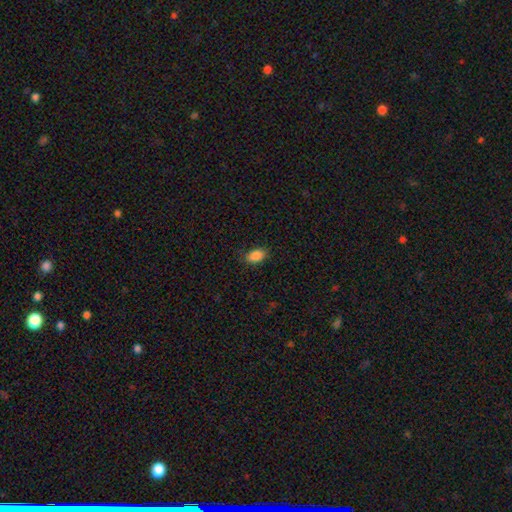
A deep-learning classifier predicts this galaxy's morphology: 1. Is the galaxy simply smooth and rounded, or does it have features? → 88% smooth, 8% star or artifact, 4% featured or disk.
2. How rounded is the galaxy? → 89% in between, 10% round, 2% cigar-shaped.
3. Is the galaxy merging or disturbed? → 81% none, 14% minor disturbance, 3% major disturbance, 1% merger.